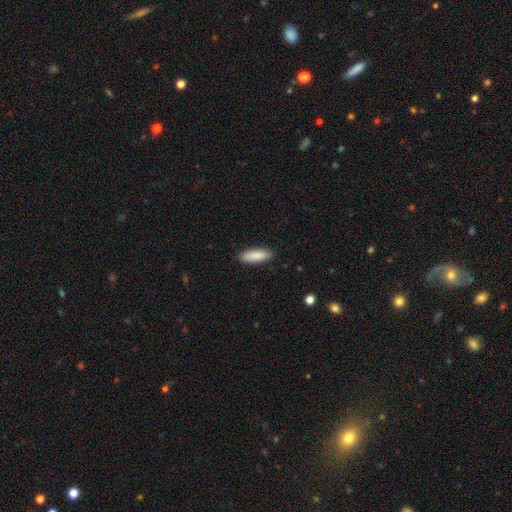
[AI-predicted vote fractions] Q: Smooth or featured?
A: smooth (88%); runner-up: featured or disk (7%)
Q: How rounded?
A: in between (57%); runner-up: cigar-shaped (41%)
Q: Merging?
A: none (88%); runner-up: minor disturbance (9%)